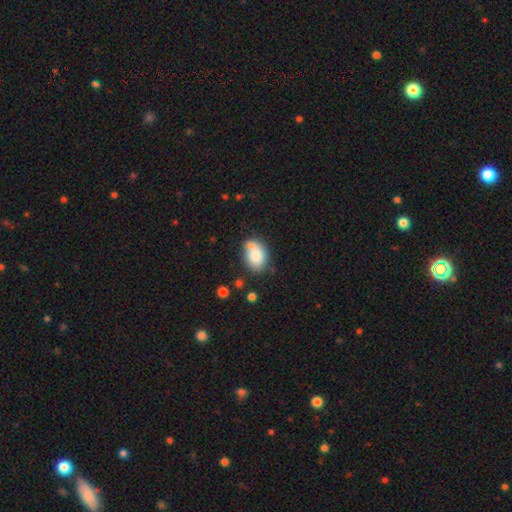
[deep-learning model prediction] smooth_or_featured: smooth (p=0.78) [alt: featured or disk p=0.14]
how_rounded: in between (p=0.71) [alt: round p=0.28]
merging: none (p=0.54) [alt: minor disturbance p=0.22]